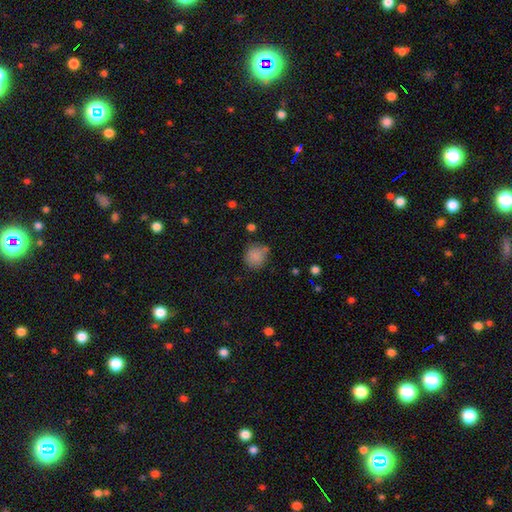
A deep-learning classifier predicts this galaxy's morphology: Smooth or featured? Predicted: smooth (p=0.84). How rounded? Predicted: round (p=0.80). Merging? Predicted: none (p=0.69).